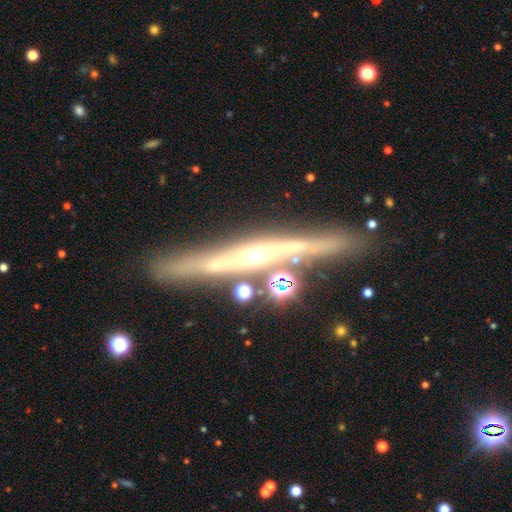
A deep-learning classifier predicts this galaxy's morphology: smooth-or-featured: featured or disk: 79% | smooth: 13% | star or artifact: 8%
  disk-edge-on: yes: 93% | no: 7%
    edge-on-bulge: rounded: 74% | none: 21% | boxy: 5%
  merging: none: 79% | minor disturbance: 11% | merger: 7% | major disturbance: 3%